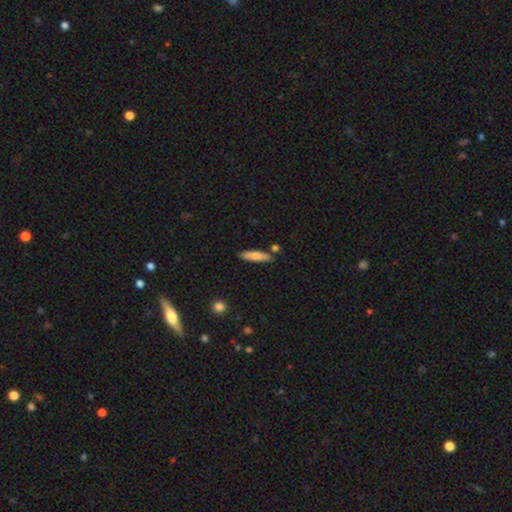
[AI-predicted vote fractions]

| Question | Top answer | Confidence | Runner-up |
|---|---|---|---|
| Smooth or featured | smooth | 77% | featured or disk (16%) |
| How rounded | cigar-shaped | 69% | in between (29%) |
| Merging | none | 79% | minor disturbance (12%) |